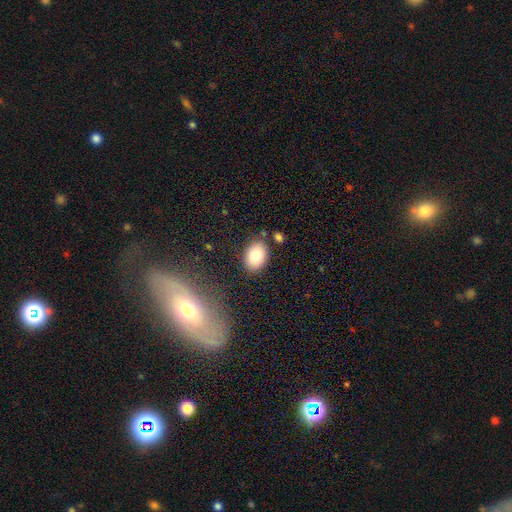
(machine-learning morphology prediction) The model was most divided on "how rounded": in between: 77%, round: 22%, cigar-shaped: 1%. More confident: merging — none (84%); smooth or featured — smooth (80%).